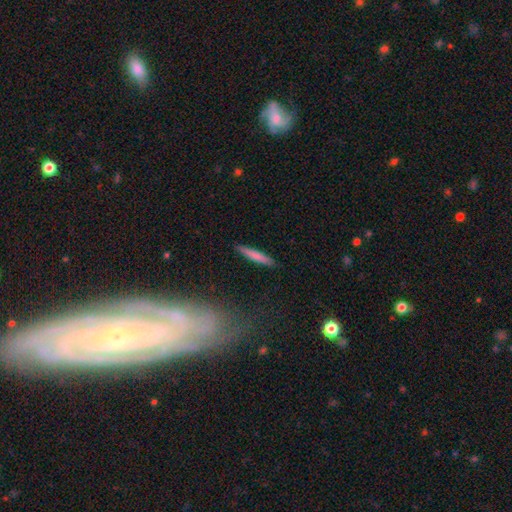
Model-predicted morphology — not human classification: Q: Smooth or featured?
A: smooth (76%); runner-up: featured or disk (18%)
Q: How rounded?
A: cigar-shaped (93%); runner-up: in between (6%)
Q: Merging?
A: none (90%); runner-up: minor disturbance (7%)